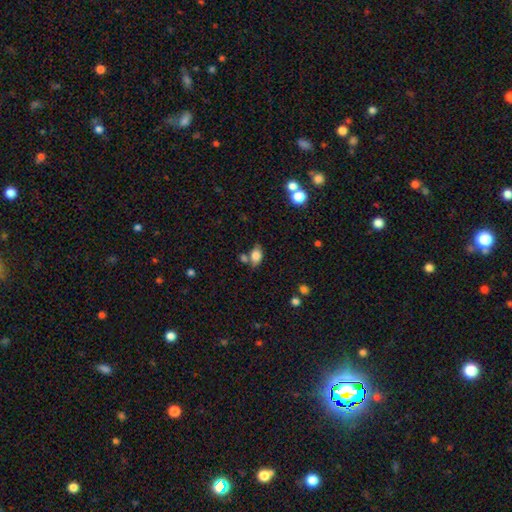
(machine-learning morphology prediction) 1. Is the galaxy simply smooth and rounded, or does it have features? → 79% smooth, 12% featured or disk, 9% star or artifact.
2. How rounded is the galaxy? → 85% in between, 12% round, 3% cigar-shaped.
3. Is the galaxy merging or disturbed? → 59% none, 19% merger, 17% minor disturbance, 5% major disturbance.